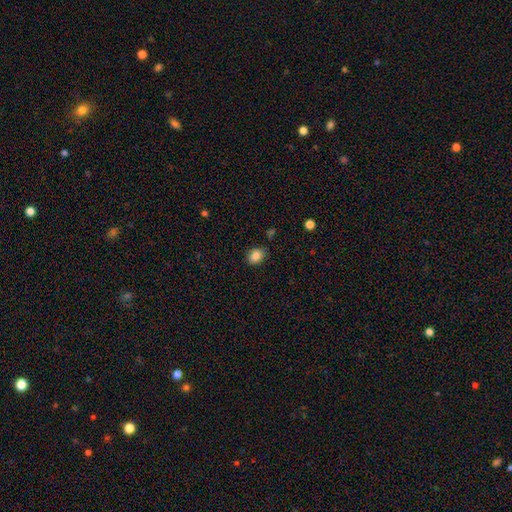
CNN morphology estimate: A smooth galaxy with no disk features (85%) that is in between round and cigar-shaped (65%). Merging: none (84%).